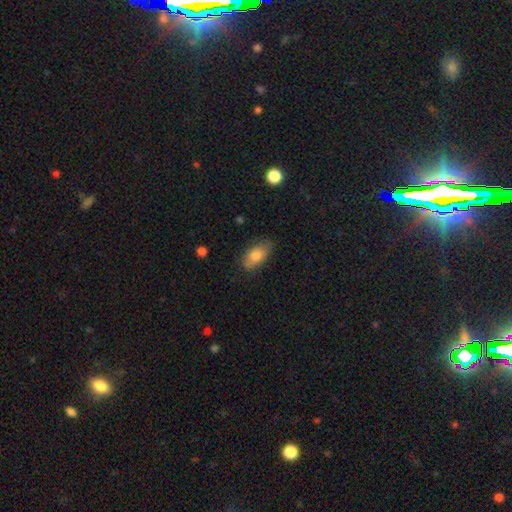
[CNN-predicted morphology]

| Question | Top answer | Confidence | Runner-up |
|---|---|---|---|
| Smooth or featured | smooth | 80% | featured or disk (13%) |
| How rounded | in between | 91% | cigar-shaped (5%) |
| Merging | none | 76% | minor disturbance (18%) |